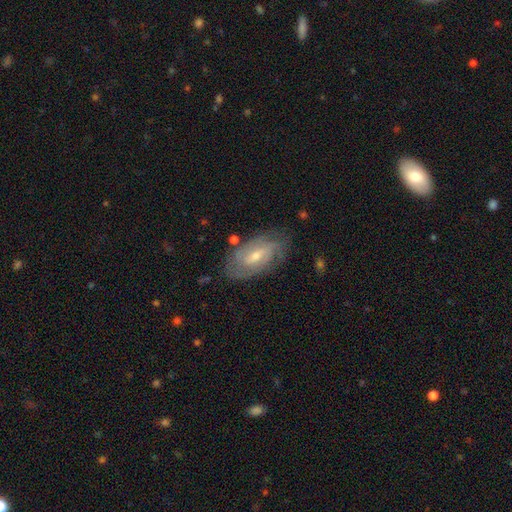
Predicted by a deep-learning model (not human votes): Smooth or featured: featured or disk — 77% (smooth — 17%)
Edge-on disk: no — 93% (yes — 7%)
Bar: weak — 51% (no — 31%)
Spiral arms: yes — 91% (no — 9%)
Spiral winding: tight — 56% (medium — 34%)
Spiral arm count: 2 — 43% (can't tell — 32%)
Bulge size: small — 49% (moderate — 46%)
Merging: none — 77% (minor disturbance — 16%)